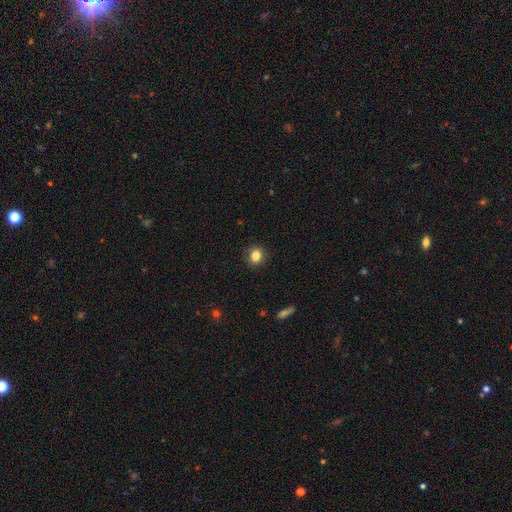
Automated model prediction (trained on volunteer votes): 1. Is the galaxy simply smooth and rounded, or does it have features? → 84% smooth, 10% star or artifact, 6% featured or disk.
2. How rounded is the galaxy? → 73% round, 25% in between, 1% cigar-shaped.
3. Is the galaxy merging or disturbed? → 89% none, 8% minor disturbance, 2% major disturbance, 1% merger.